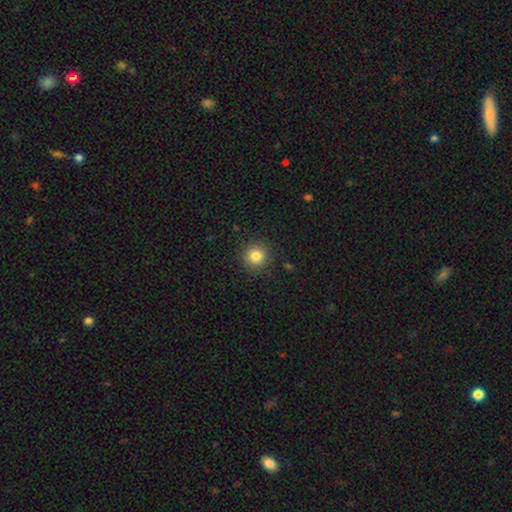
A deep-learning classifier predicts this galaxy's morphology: The model was most divided on "smooth or featured": smooth: 82%, star or artifact: 12%, featured or disk: 6%. More confident: how rounded — round (93%); merging — none (91%).